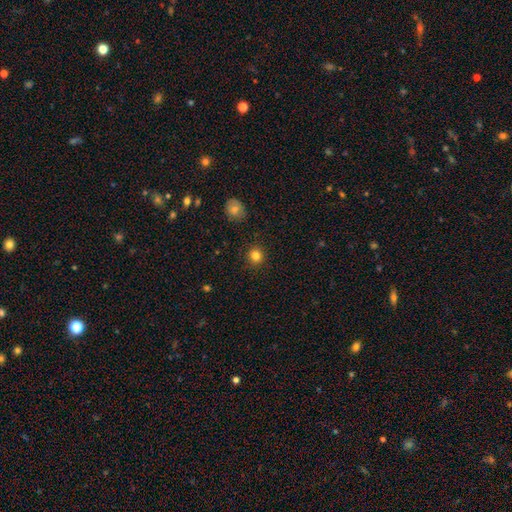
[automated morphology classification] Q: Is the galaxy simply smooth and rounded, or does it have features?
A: smooth — 83%.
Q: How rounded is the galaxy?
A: round — 91%.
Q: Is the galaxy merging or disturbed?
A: none — 91%.